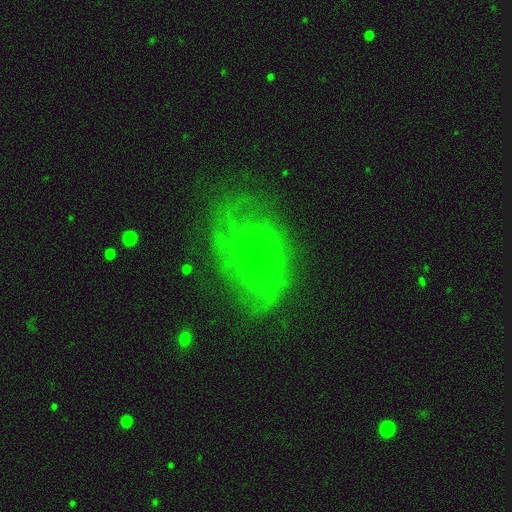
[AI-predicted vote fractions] Overall: featured or disk (63%; smooth 26%). Edge-on disk: no (97%). Bar: no (71%). Spiral arms: yes (80%). Bulge size: small (65%). Merging: none (64%).